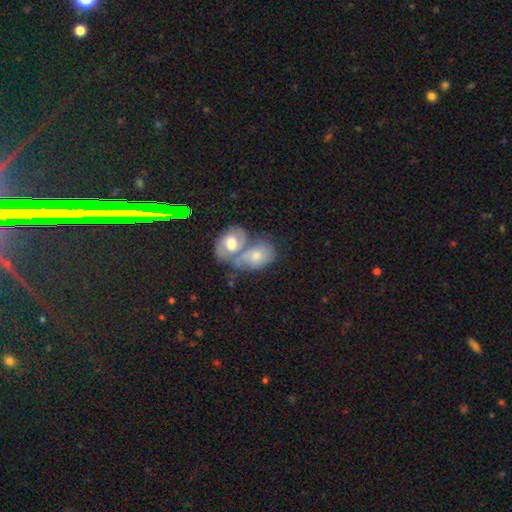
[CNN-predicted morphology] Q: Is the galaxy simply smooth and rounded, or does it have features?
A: smooth — 53%.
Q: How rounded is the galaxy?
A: in between — 80%.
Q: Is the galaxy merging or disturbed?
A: merger — 64%.